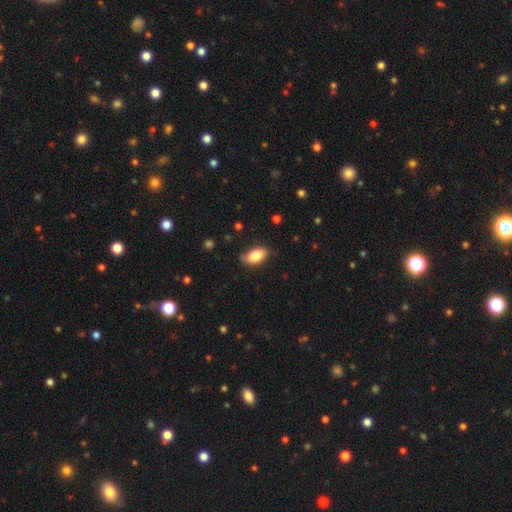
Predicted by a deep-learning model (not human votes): This appears to be a smooth galaxy with no disk features (82%) that is in between round and cigar-shaped (92%). Merging: none (74%).